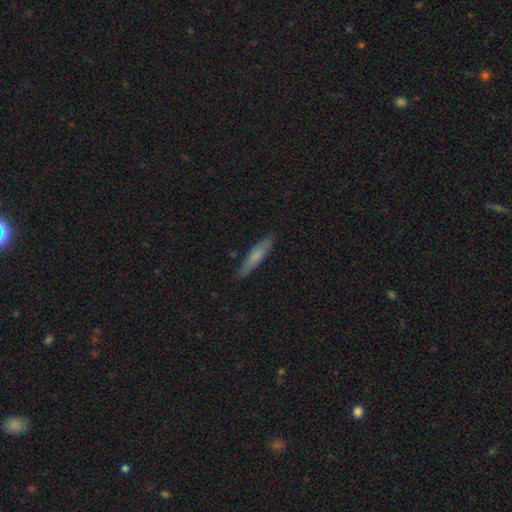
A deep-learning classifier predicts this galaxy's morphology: Q: Smooth or featured?
A: smooth (66%); runner-up: featured or disk (28%)
Q: How rounded?
A: cigar-shaped (88%); runner-up: in between (10%)
Q: Merging?
A: none (86%); runner-up: minor disturbance (11%)